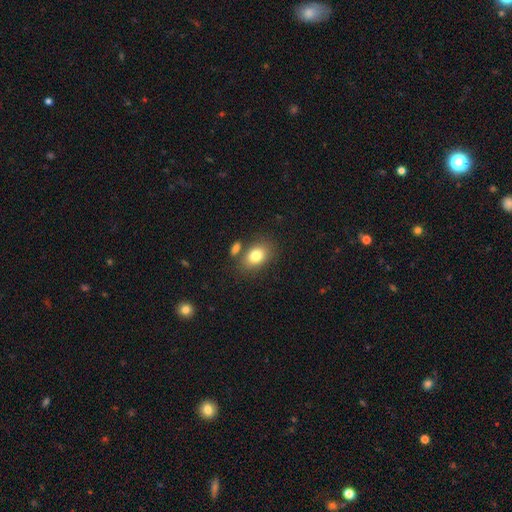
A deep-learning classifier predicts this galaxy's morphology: smooth 81%, featured or disk 11%, star or artifact 9%. Down the decision tree: how rounded — in between (80%); merging — none (69%).